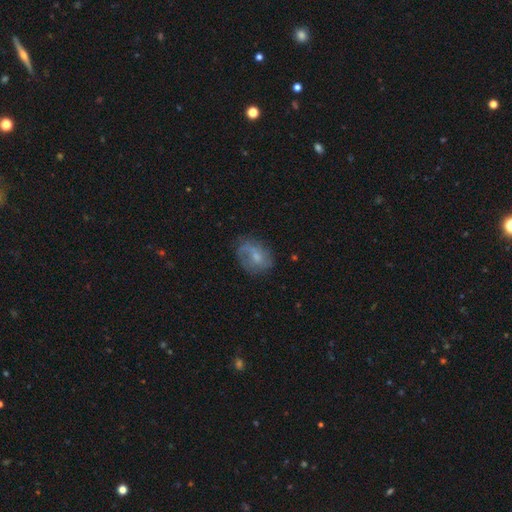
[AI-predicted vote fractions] featured or disk 45% (tied), smooth 45% (tied), star or artifact 9%. Down the decision tree: merging — none (58%).